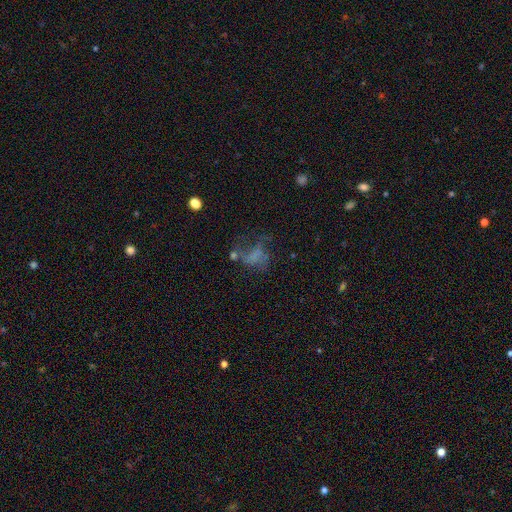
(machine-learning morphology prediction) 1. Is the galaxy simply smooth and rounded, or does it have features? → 39% smooth (tied), 39% featured or disk (tied), 22% star or artifact.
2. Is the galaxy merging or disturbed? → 42% major disturbance, 30% none, 16% minor disturbance, 11% merger.